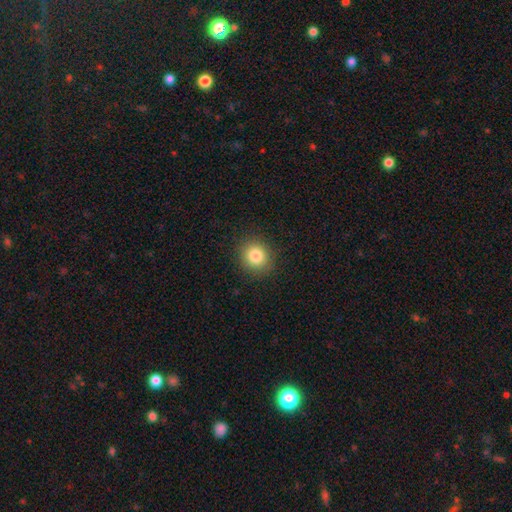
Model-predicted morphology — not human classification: A smooth galaxy with no disk features (83%) that is round (83%). Merging: none (90%).